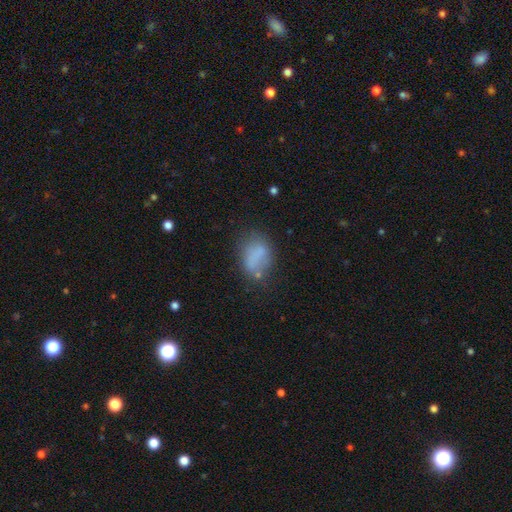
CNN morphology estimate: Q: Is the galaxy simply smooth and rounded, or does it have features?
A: smooth — 71%.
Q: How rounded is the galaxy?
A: in between — 72%.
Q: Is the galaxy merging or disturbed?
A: none — 51%.